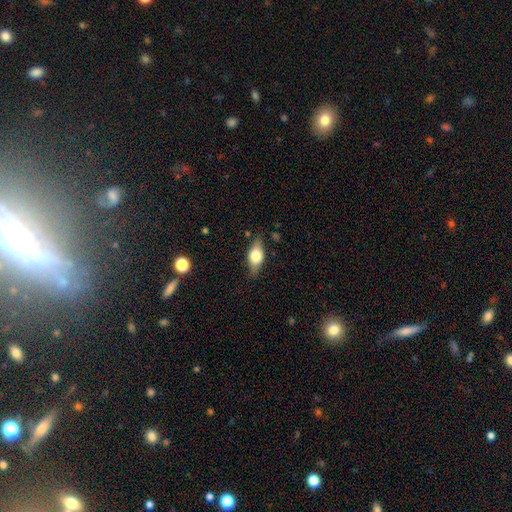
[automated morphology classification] A smooth galaxy with no disk features (63%) that is in between round and cigar-shaped (82%). Merging: none (78%).